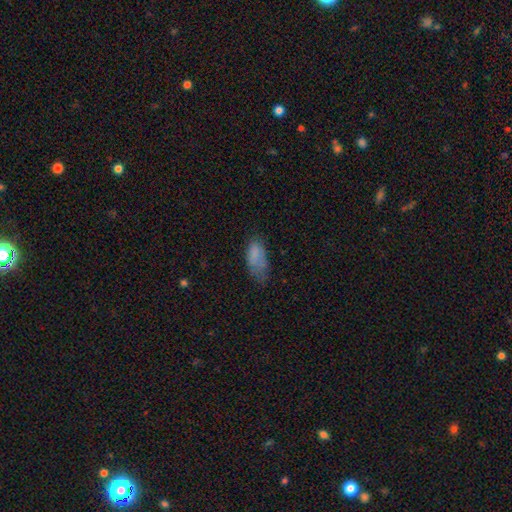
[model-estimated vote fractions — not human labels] This appears to be a smooth galaxy with no disk features (78%) that is in between round and cigar-shaped (88%). Merging: none (42%).